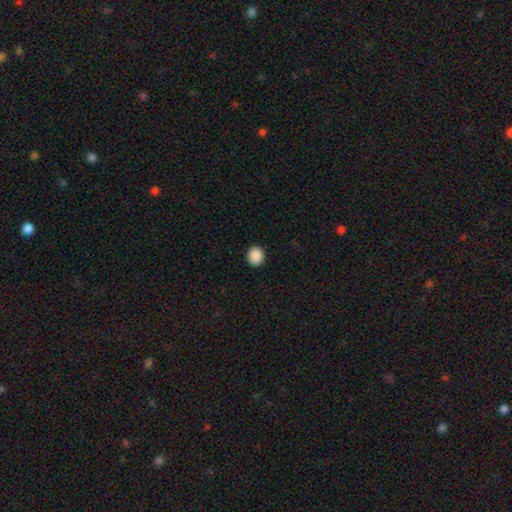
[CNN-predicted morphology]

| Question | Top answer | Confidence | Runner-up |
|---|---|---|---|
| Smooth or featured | smooth | 90% | star or artifact (8%) |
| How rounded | round | 69% | in between (30%) |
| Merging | none | 92% | minor disturbance (6%) |